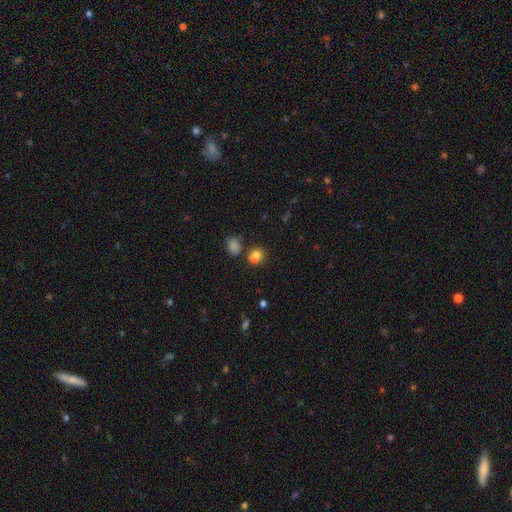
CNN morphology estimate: This is likely a smooth galaxy (79%). How rounded: likely round (75%). Merging: possibly none (59%).